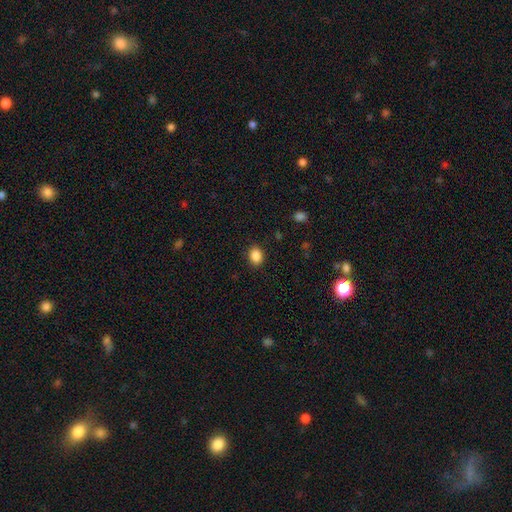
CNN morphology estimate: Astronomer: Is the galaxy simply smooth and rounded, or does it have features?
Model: smooth — 87%.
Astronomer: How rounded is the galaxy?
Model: in between — 57% (runner-up: round, 42%).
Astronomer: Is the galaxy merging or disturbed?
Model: none — 88%.